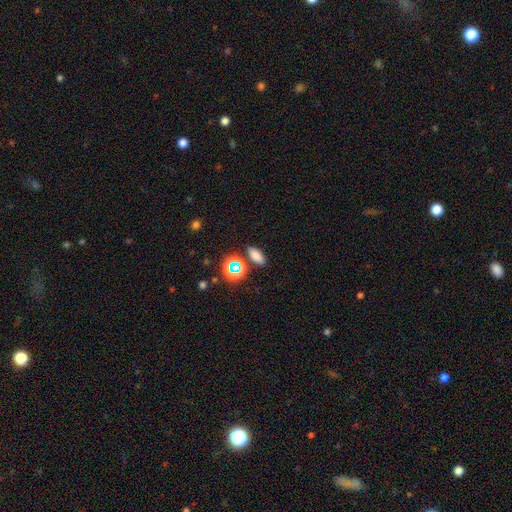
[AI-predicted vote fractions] Smooth or featured?
  - smooth: 74% *
  - star or artifact: 18%
  - featured or disk: 8%
How rounded?
  - in between: 77% *
  - cigar-shaped: 12%
  - round: 10%
Merging?
  - none: 81% *
  - minor disturbance: 10%
  - merger: 6%
  - major disturbance: 3%